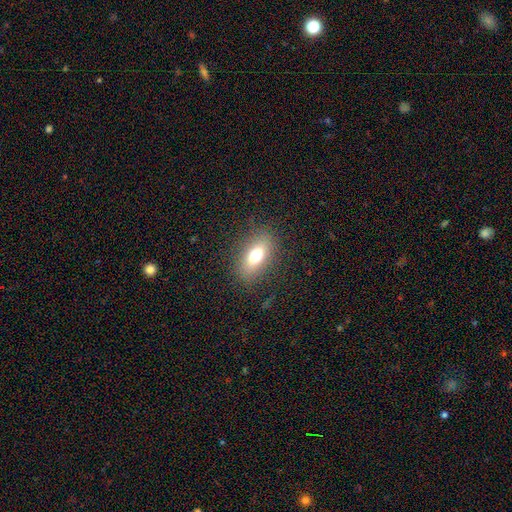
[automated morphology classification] type=smooth (73%); roundness=in between (82%); merging=none (85%).